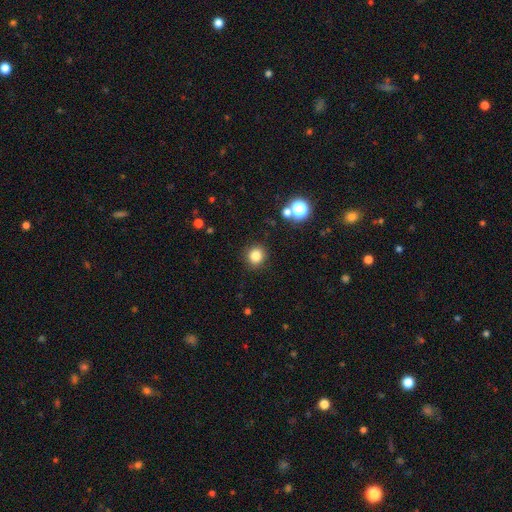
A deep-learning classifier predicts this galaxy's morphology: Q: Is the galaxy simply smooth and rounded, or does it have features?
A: smooth — 83%.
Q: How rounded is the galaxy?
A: round — 87%.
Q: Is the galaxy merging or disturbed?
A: none — 88%.